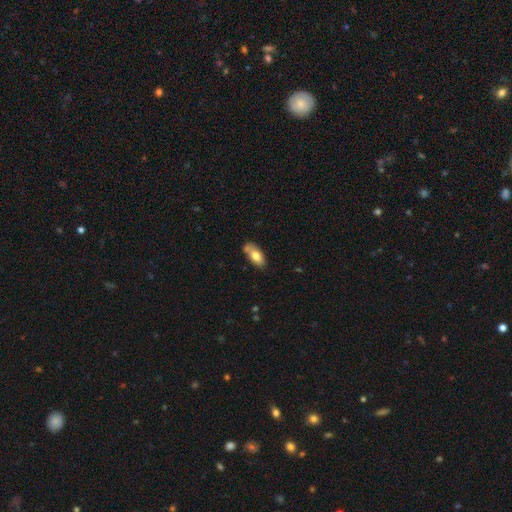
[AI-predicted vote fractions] Q: Smooth or featured?
A: smooth (74%); runner-up: featured or disk (20%)
Q: How rounded?
A: in between (88%); runner-up: cigar-shaped (8%)
Q: Merging?
A: none (58%); runner-up: minor disturbance (20%)